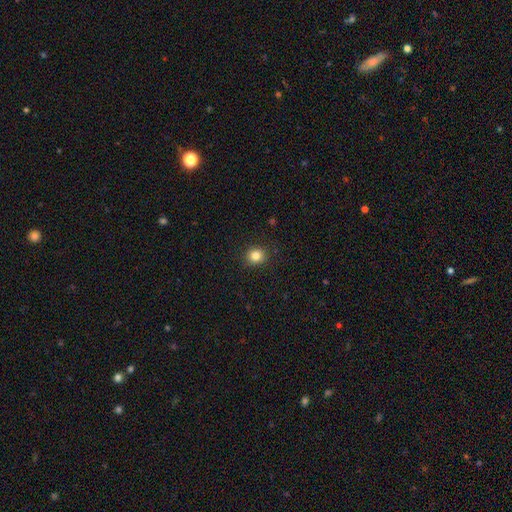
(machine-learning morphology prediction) Smooth or featured: smooth — 84% (star or artifact — 11%)
How rounded: round — 83% (in between — 16%)
Merging: none — 90% (minor disturbance — 7%)